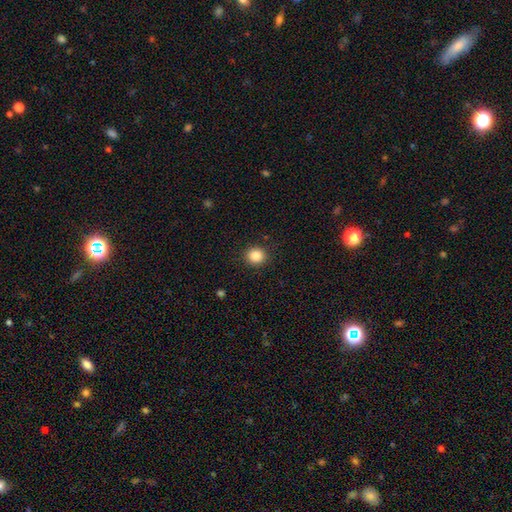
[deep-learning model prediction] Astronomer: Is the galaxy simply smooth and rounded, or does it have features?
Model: smooth — 86%.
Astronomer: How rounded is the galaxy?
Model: round — 89%.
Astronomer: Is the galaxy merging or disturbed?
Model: none — 91%.